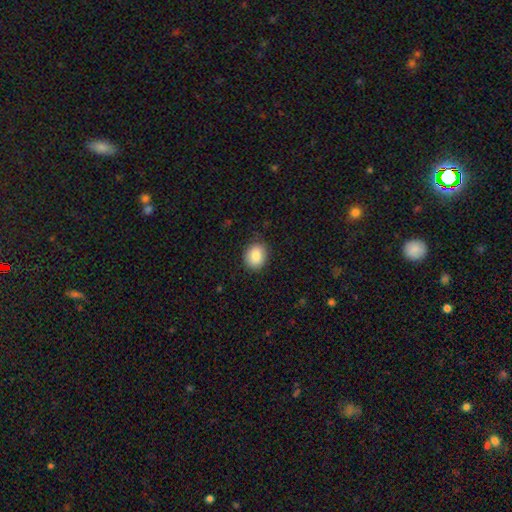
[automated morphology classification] This is clearly a smooth galaxy (86%). How rounded: likely round (63%). Merging: clearly none (85%).